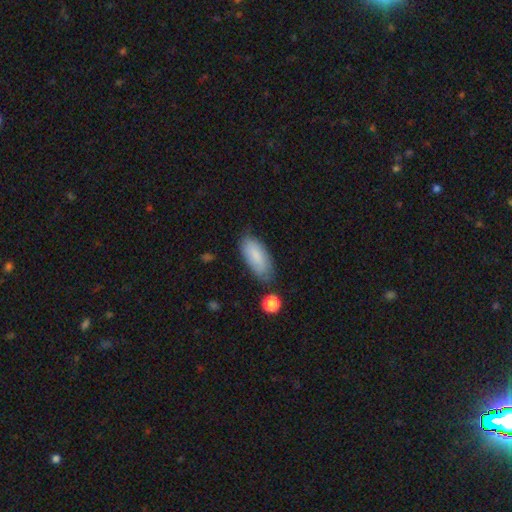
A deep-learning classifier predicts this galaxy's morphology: The model was most divided on "merging": none: 69%, minor disturbance: 22%, major disturbance: 5%, merger: 4%. More confident: how rounded — in between (86%); smooth or featured — smooth (82%).